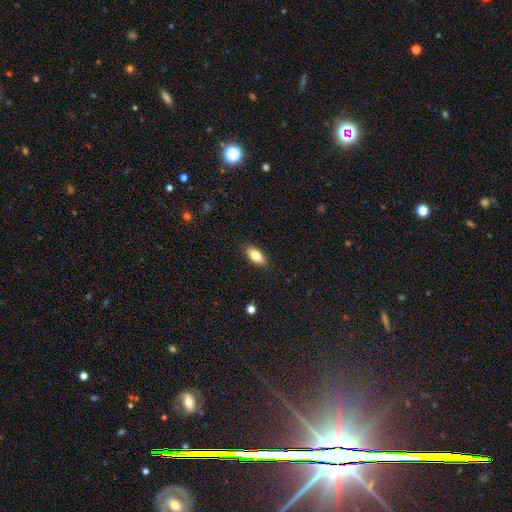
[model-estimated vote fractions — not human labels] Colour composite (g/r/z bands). It shows a smooth galaxy with no disk features (81%) that is in between round and cigar-shaped (87%). Merging: none (87%).